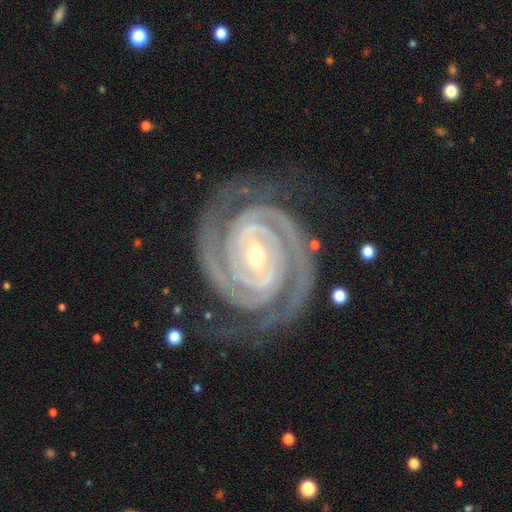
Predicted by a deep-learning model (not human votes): This appears to be a featured or disk galaxy (94%) with a strong bar (37%), 2 (83%) tight (85%) spiral arms (99%) and a small central bulge (58%). Merging: none (80%).